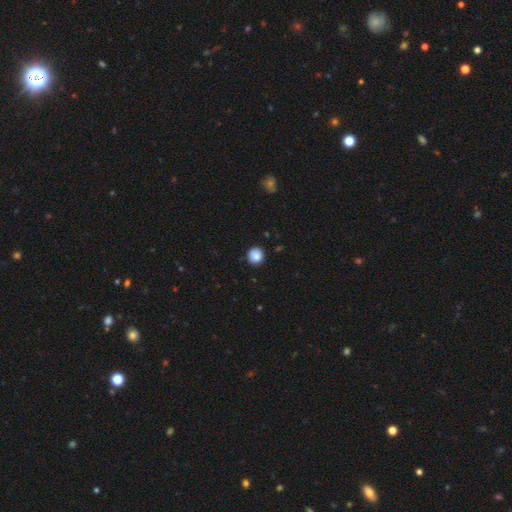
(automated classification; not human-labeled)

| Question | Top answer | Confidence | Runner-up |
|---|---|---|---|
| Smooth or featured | smooth | 87% | star or artifact (9%) |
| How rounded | round | 89% | in between (10%) |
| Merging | none | 88% | minor disturbance (9%) |